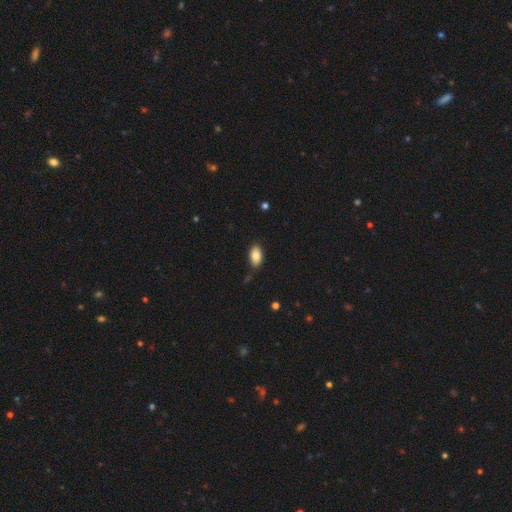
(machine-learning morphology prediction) smooth-or-featured: smooth: 83% | featured or disk: 9% | star or artifact: 7%
  how-rounded: in between: 93% | round: 4% | cigar-shaped: 2%
  merging: none: 84% | minor disturbance: 12% | major disturbance: 2% | merger: 2%